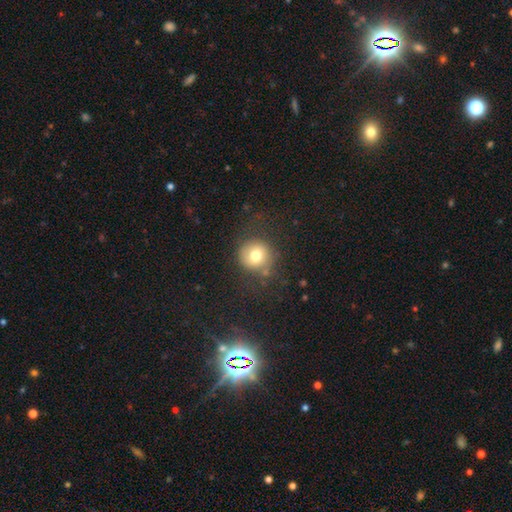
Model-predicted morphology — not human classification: The model was most divided on "merging": none: 73%, minor disturbance: 15%, major disturbance: 9%, merger: 3%. More confident: how rounded — round (91%); smooth or featured — smooth (74%).